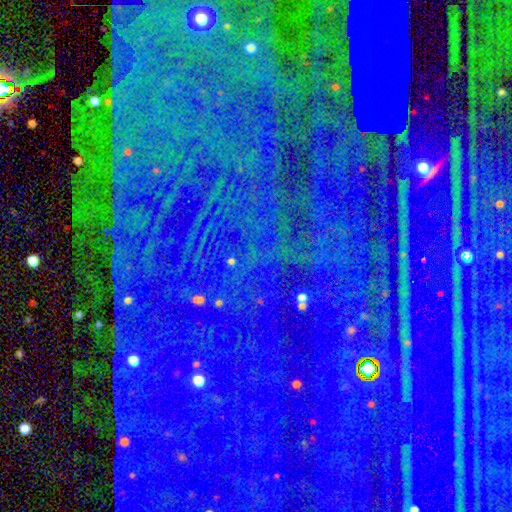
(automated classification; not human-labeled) Smooth or featured? Predicted: star or artifact (p=0.85).